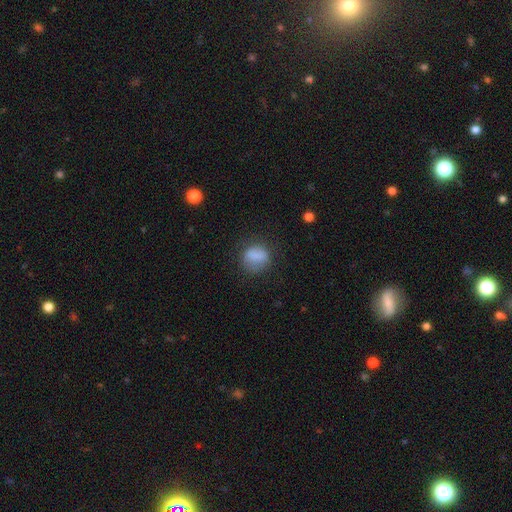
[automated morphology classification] Smooth or featured? Predicted: smooth (p=0.79). How rounded? Predicted: round (p=0.57). Merging? Predicted: none (p=0.66).